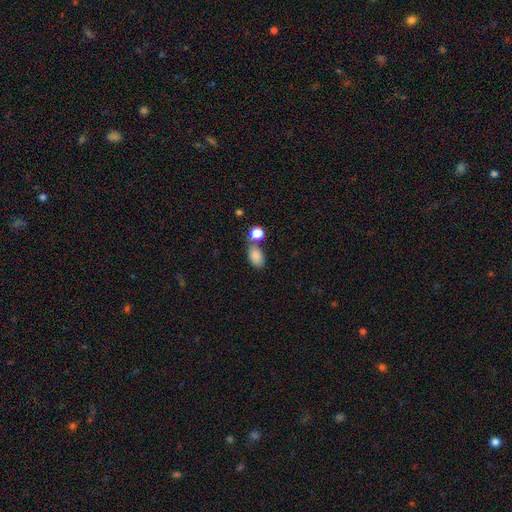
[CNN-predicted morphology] type=smooth (85%); roundness=in between (85%); merging=none (57%).